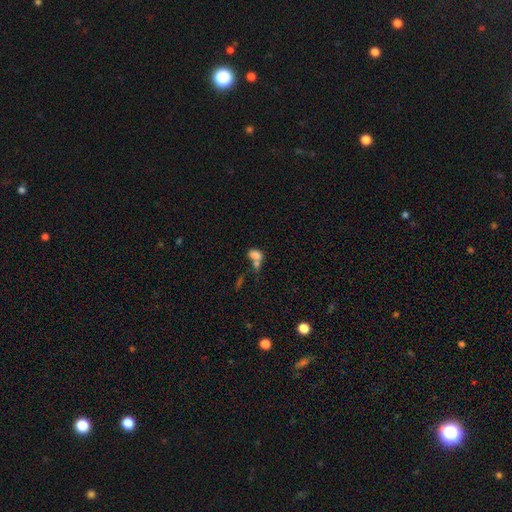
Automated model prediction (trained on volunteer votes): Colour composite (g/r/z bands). It shows a smooth galaxy with no disk features (76%) that is in between round and cigar-shaped (80%). Merging: merger (59%).